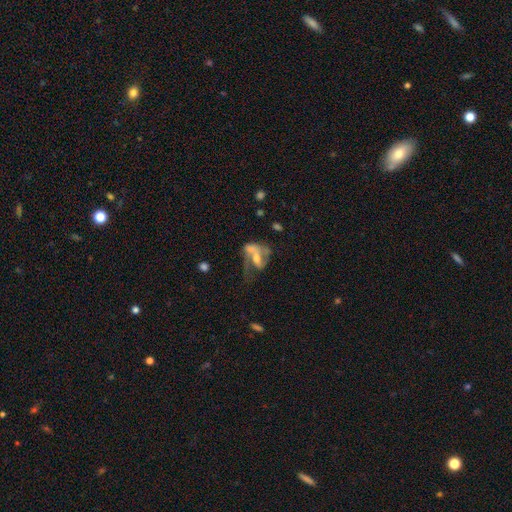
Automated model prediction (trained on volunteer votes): The model was most divided on "bar": no: 46%, weak: 36%, strong: 18%. Remaining: edge-on disk — no (96%); spiral arms — yes (66%); smooth or featured — featured or disk (66%); bulge size — moderate (48%); merging — major disturbance (40%).